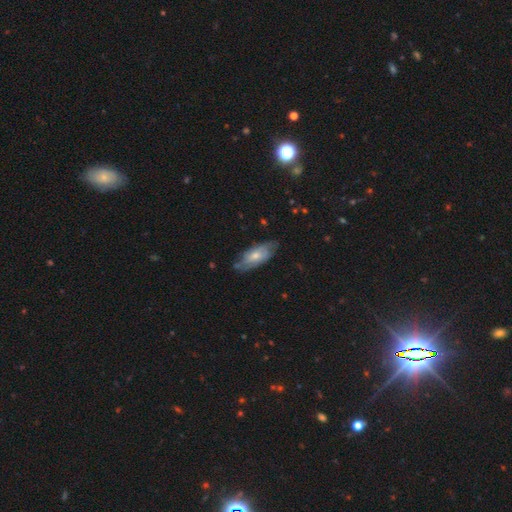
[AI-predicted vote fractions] Smooth or featured?
  - smooth: 47% * (tied)
  - featured or disk: 47% * (tied)
  - star or artifact: 6%
Merging?
  - none: 66% *
  - minor disturbance: 26%
  - major disturbance: 6%
  - merger: 2%